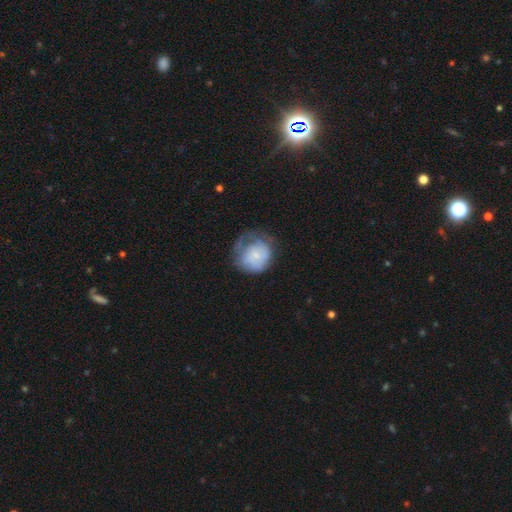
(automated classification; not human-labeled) This is possibly a smooth galaxy (52%). How rounded: likely round (78%). Merging: marginally none (38%).